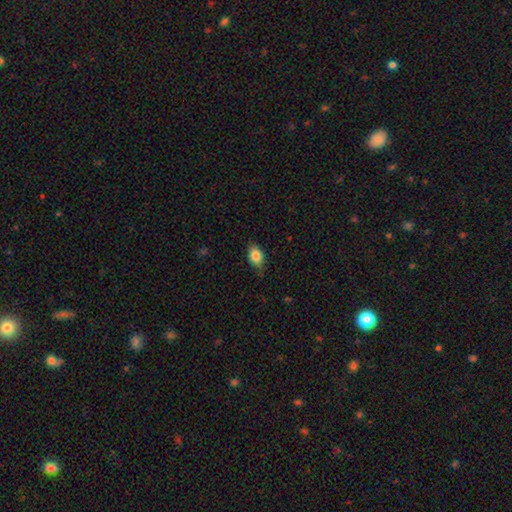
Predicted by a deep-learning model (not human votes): Morphology: type=smooth (84%); roundness=in between (87%); merging=none (80%).